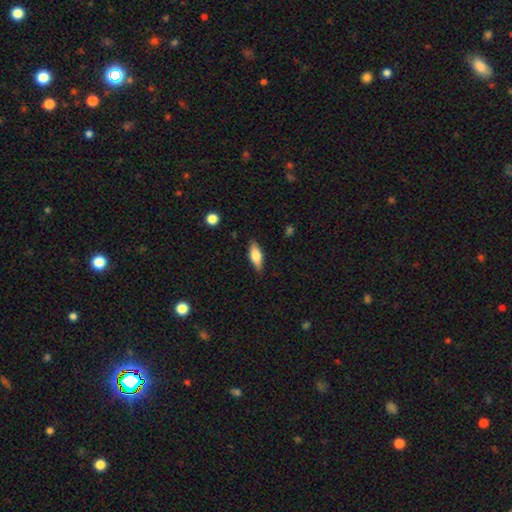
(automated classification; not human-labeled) Morphology: type=smooth (68%); roundness=in between (67%); merging=none (84%).